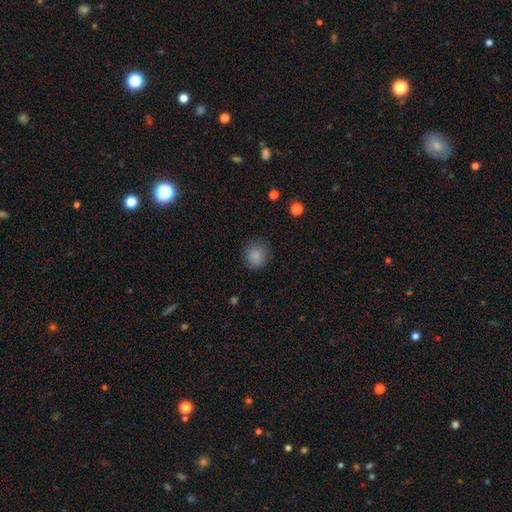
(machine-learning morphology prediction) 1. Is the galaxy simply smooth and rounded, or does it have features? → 86% smooth, 10% star or artifact, 4% featured or disk.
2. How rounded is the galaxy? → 88% round, 11% in between, 1% cigar-shaped.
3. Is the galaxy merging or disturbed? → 85% none, 11% minor disturbance, 3% major disturbance, 1% merger.